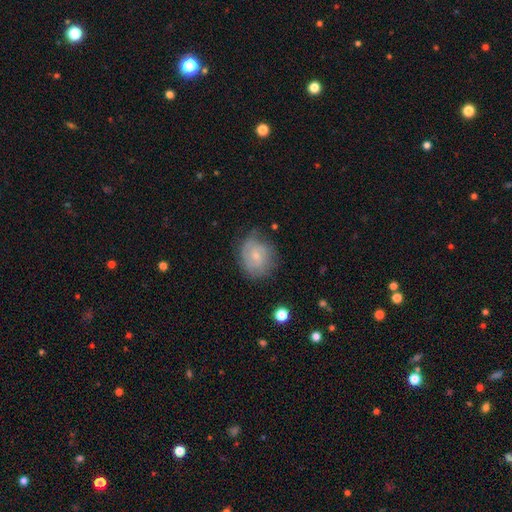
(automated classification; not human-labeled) Smooth or featured?
  - smooth: 50% *
  - featured or disk: 42%
  - star or artifact: 8%
Merging?
  - none: 62% *
  - minor disturbance: 26%
  - major disturbance: 9%
  - merger: 2%